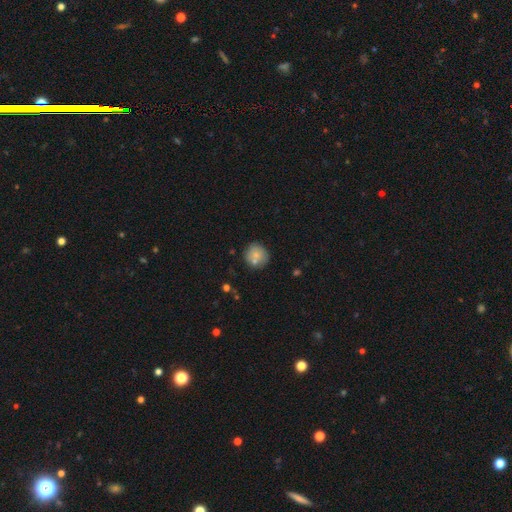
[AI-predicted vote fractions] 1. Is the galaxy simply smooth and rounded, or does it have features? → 75% smooth, 16% featured or disk, 9% star or artifact.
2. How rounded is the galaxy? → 90% round, 9% in between, 1% cigar-shaped.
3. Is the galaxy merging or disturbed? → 70% none, 14% merger, 13% minor disturbance, 3% major disturbance.